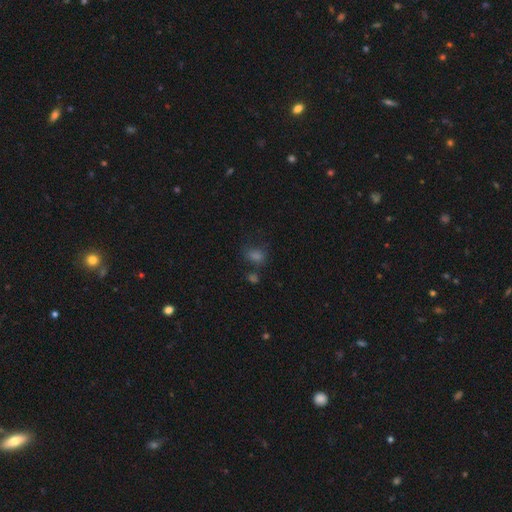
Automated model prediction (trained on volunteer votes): Morphology: type=smooth (60%); roundness=in between (49%, tied with round); merging=none (61%).